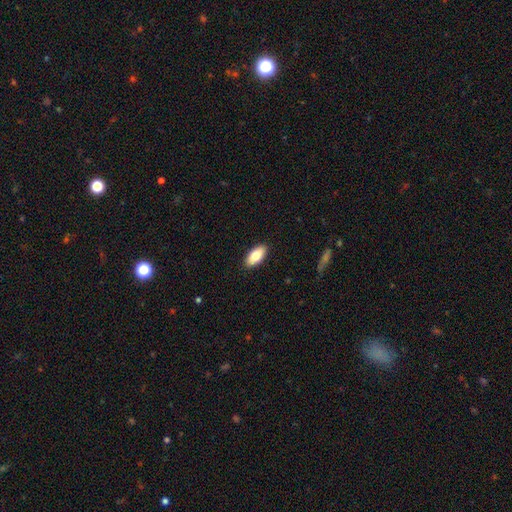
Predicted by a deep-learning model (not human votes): Smooth or featured? Predicted: smooth (p=0.80). How rounded? Predicted: in between (p=0.90). Merging? Predicted: none (p=0.90).